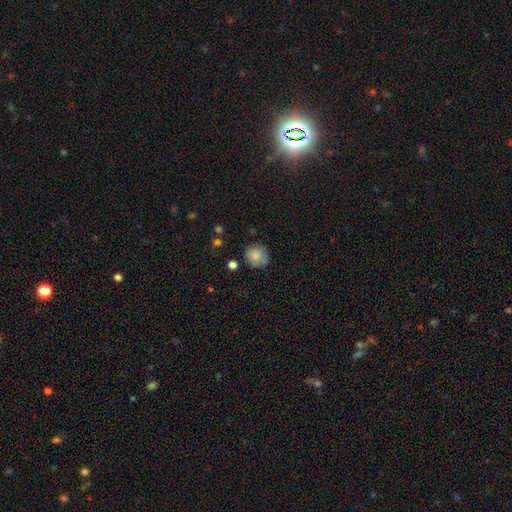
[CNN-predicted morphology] The model was most divided on "merging": none: 77%, minor disturbance: 16%, major disturbance: 3%, merger: 3%. More confident: how rounded — round (86%); smooth or featured — smooth (83%).